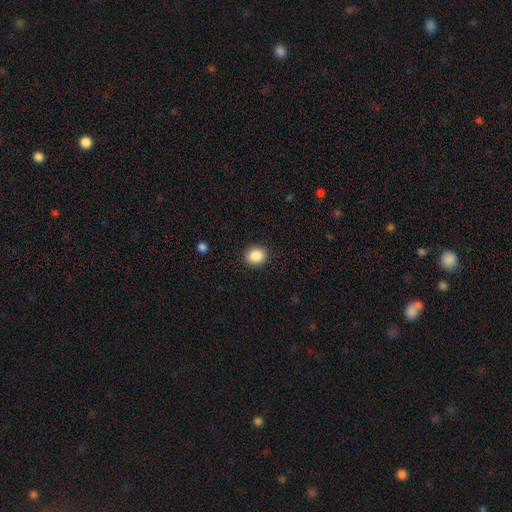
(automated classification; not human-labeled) A smooth galaxy with no disk features (88%) that is round (71%).

Vote fractions:
- Smooth or featured? smooth: 88% / star or artifact: 9% / featured or disk: 4%
- How rounded? round: 71% / in between: 28% / cigar-shaped: 1%
- Merging? none: 90% / minor disturbance: 7% / major disturbance: 2% / merger: 1%